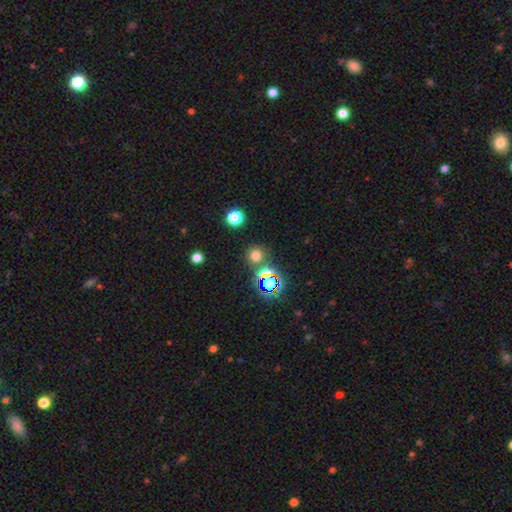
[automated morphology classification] Q: Smooth or featured?
A: smooth (66%); runner-up: star or artifact (28%)
Q: How rounded?
A: round (91%); runner-up: in between (8%)
Q: Merging?
A: none (79%); runner-up: merger (11%)